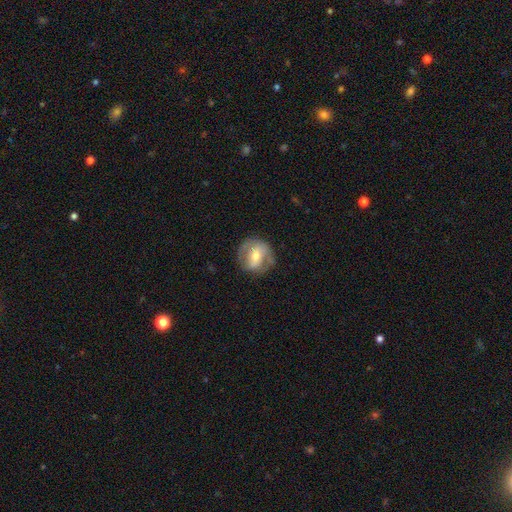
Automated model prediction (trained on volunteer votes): Overall: featured or disk (53%; smooth 40%). Edge-on disk: no (95%). Bar: weak (37%; no 33%). Spiral arms: yes (55%; no 45%). Bulge size: moderate (62%; small 29%). Merging: none (68%).